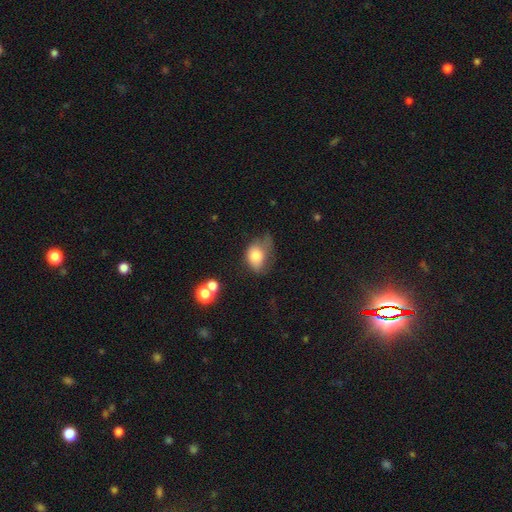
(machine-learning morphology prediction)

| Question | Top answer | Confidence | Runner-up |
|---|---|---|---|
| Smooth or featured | smooth | 73% | featured or disk (18%) |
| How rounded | in between | 71% | round (28%) |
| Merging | minor disturbance | 36% | major disturbance (35%) |